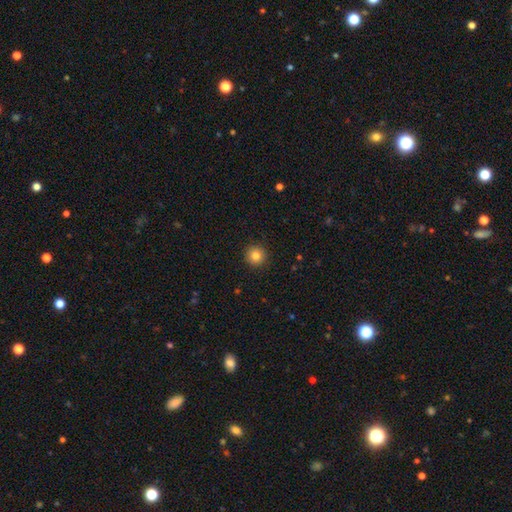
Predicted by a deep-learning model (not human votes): The model was most divided on "smooth or featured": smooth: 84%, star or artifact: 10%, featured or disk: 5%. More confident: how rounded — round (95%); merging — none (92%).